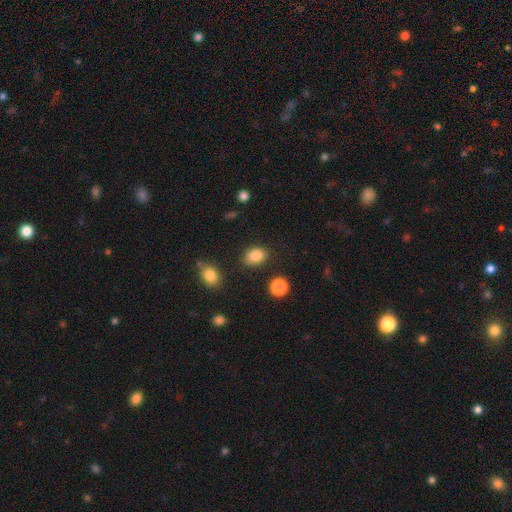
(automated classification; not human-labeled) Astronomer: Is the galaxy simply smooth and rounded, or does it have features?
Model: smooth — 85%.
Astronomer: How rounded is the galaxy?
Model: in between — 64%.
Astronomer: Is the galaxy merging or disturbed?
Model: none — 75%.